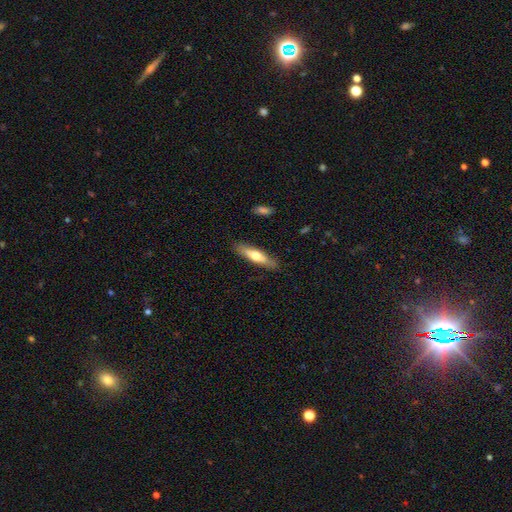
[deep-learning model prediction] smooth-or-featured: smooth: 56% | featured or disk: 39% | star or artifact: 6%
  how-rounded: cigar-shaped: 73% | in between: 26% | round: 2%
  merging: none: 85% | minor disturbance: 11% | major disturbance: 2% | merger: 1%